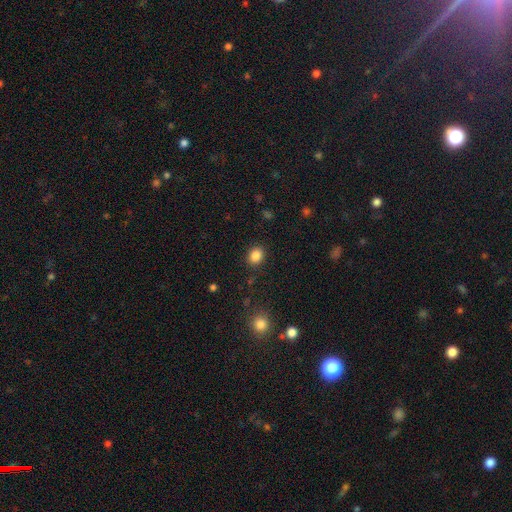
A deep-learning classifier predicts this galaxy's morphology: Overall: smooth (85%). How rounded: round (56%; in between 43%). Merging: none (88%).